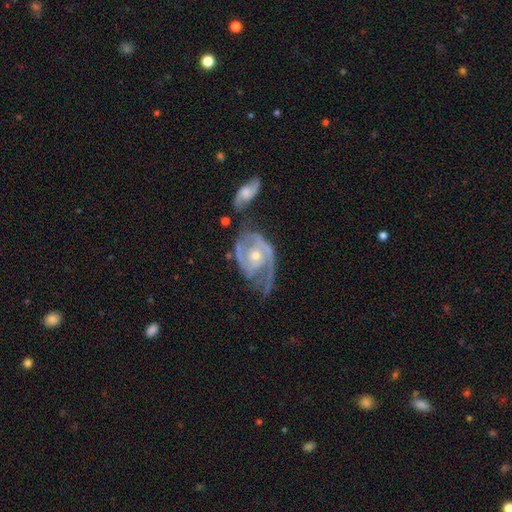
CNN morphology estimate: smooth-or-featured: featured or disk: 90% | smooth: 5% | star or artifact: 5%
  disk-edge-on: no: 97% | yes: 3%
    bar: no: 66% | weak: 26% | strong: 8%
    has-spiral-arms: yes: 97% | no: 3%
      spiral-winding: tight: 45% | medium: 43% | loose: 12%
      spiral-arm-count: 2: 71% | 3: 9% | can't tell: 9% | 1: 7% | 4: 2% | more than 4: 2%
    bulge-size: small: 50% | moderate: 46% | large: 2% | none: 1% | dominant: 1%
  merging: none: 43% | minor disturbance: 23% | merger: 18% | major disturbance: 17%